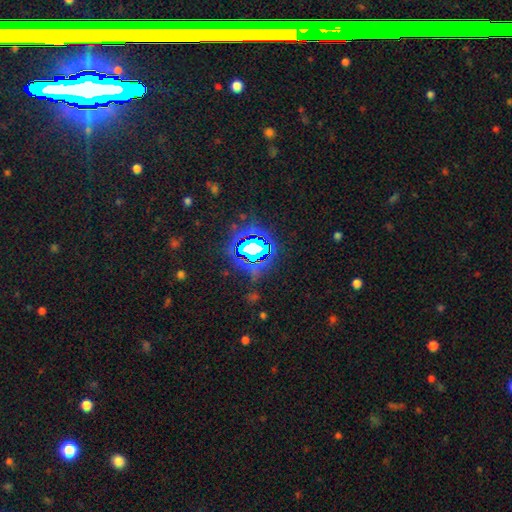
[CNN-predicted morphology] Smooth or featured?
  - star or artifact: 82% *
  - smooth: 10%
  - featured or disk: 8%